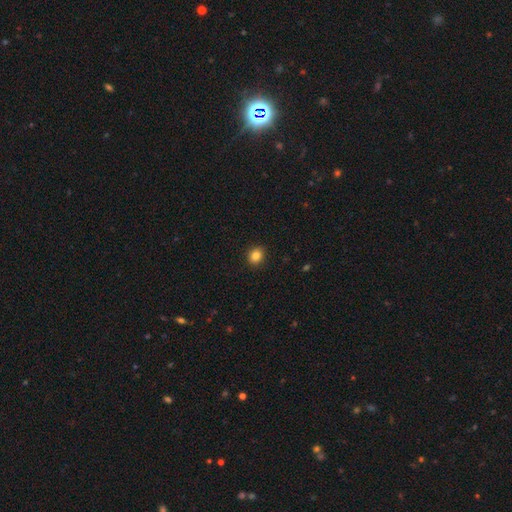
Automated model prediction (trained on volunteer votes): A smooth galaxy with no disk features (84%) that is round (70%).

Vote fractions:
- Smooth or featured? smooth: 84% / star or artifact: 11% / featured or disk: 5%
- How rounded? round: 70% / in between: 29% / cigar-shaped: 1%
- Merging? none: 92% / minor disturbance: 6% / major disturbance: 2% / merger: 1%